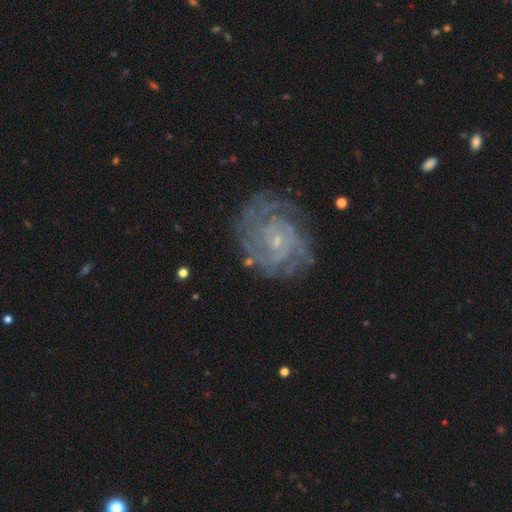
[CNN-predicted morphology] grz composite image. It shows a featured or disk galaxy (85%) with no bar (61%), tight (67%) spiral arms (94%) and a small central bulge (78%). Merging: none (69%).